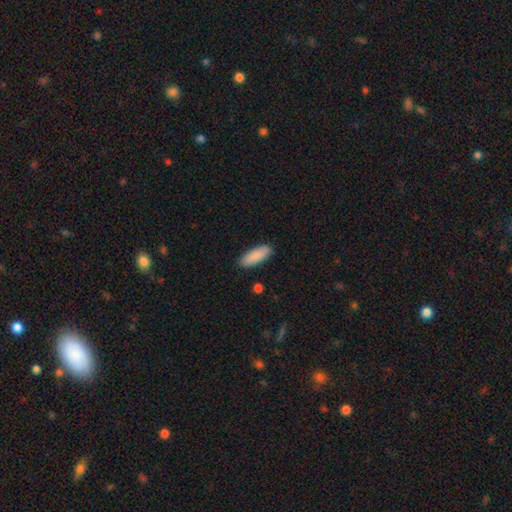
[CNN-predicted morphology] The model was most divided on "how rounded": in between: 66%, cigar-shaped: 33%, round: 2%. More confident: smooth or featured — smooth (89%); merging — none (88%).